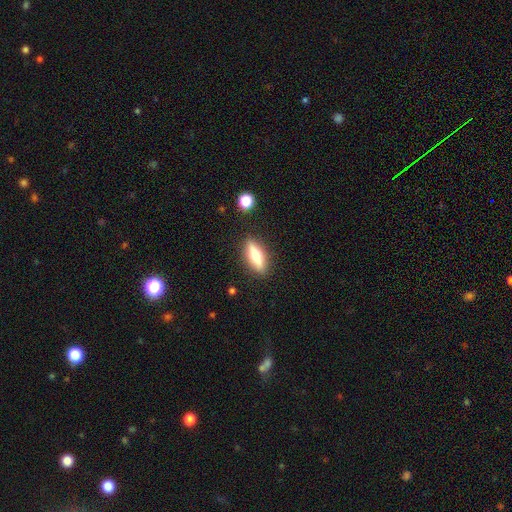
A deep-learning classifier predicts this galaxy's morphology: This is possibly a smooth galaxy (56%). How rounded: possibly cigar-shaped (53%). Merging: clearly none (87%).